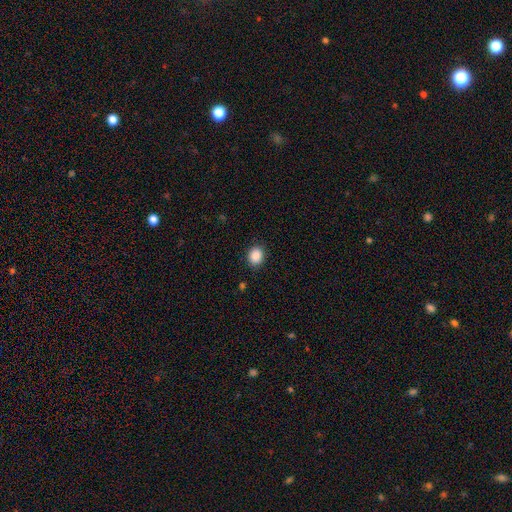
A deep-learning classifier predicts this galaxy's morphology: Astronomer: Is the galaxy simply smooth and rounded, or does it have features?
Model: smooth — 89%.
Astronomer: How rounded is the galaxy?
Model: round — 61% (runner-up: in between, 38%).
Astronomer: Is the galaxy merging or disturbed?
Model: none — 88%.